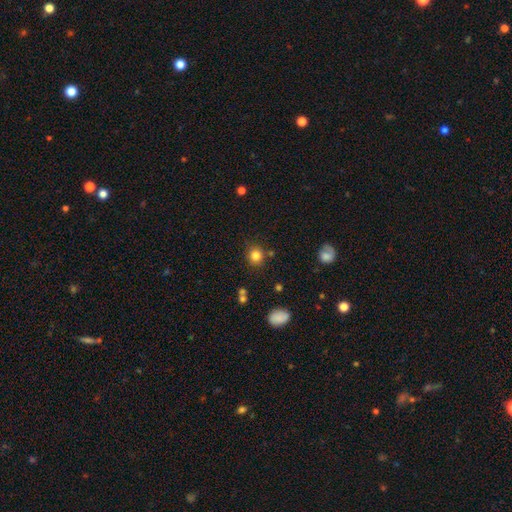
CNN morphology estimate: Overall: smooth (82%). How rounded: round (87%). Merging: none (82%).